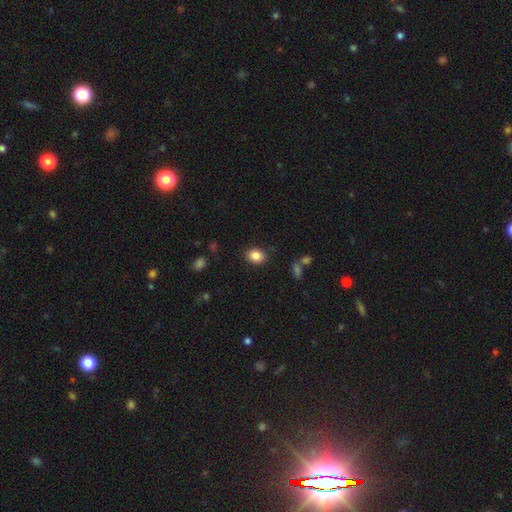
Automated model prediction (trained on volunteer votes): smooth-or-featured: smooth: 86% | star or artifact: 9% | featured or disk: 5%
  how-rounded: in between: 61% | round: 38% | cigar-shaped: 1%
  merging: none: 87% | minor disturbance: 9% | major disturbance: 3% | merger: 2%